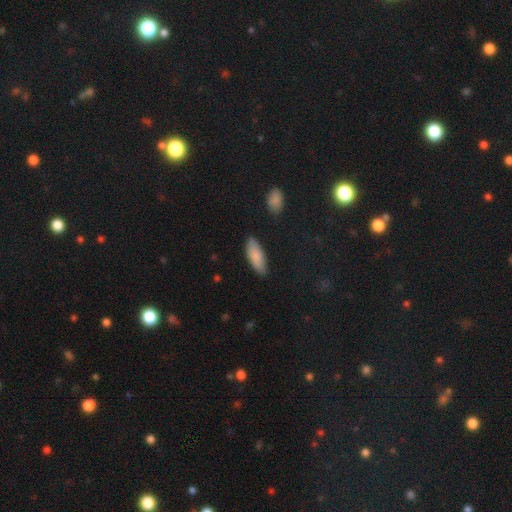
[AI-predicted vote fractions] This is clearly a smooth galaxy (84%). How rounded: likely in between (71%). Merging: clearly none (83%).